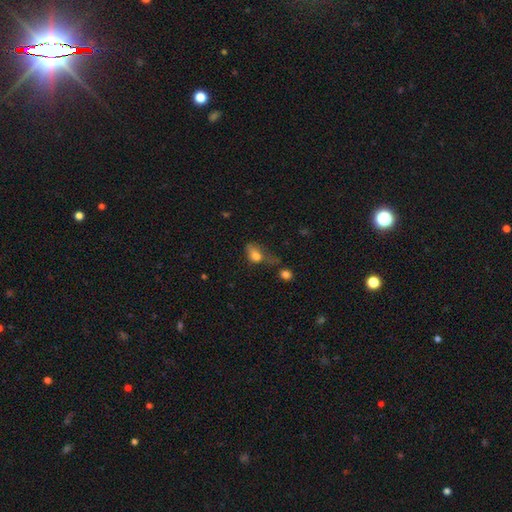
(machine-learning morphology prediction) smooth_or_featured: smooth (p=0.74) [alt: featured or disk p=0.15]
how_rounded: in between (p=0.79) [alt: round p=0.17]
merging: major disturbance (p=0.36) [alt: minor disturbance p=0.27]